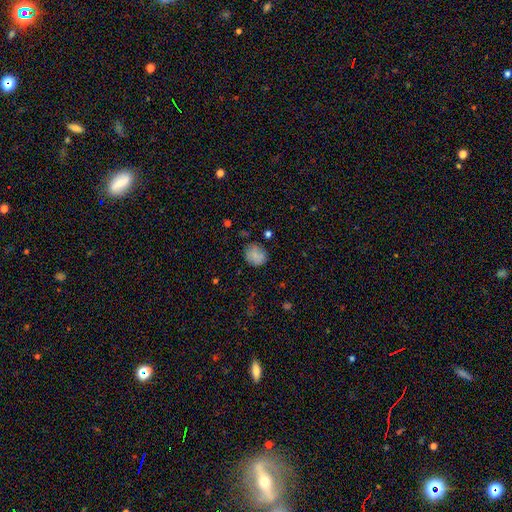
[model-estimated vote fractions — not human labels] The model was most divided on "how rounded": round: 76%, in between: 23%, cigar-shaped: 1%. More confident: smooth or featured — smooth (80%); merging — none (75%).